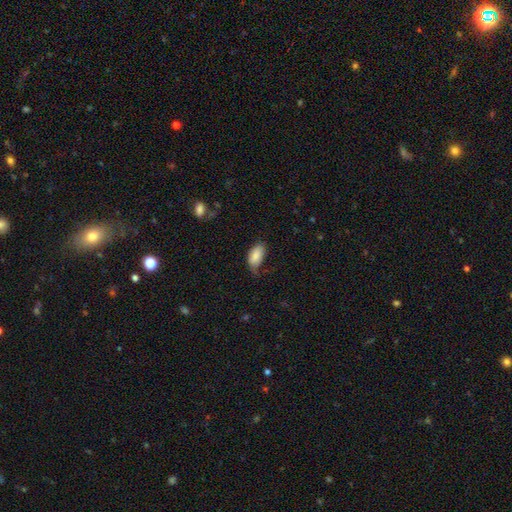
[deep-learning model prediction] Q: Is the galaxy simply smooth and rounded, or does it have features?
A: smooth — 84%.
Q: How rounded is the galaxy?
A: in between — 94%.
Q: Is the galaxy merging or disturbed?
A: none — 51%.